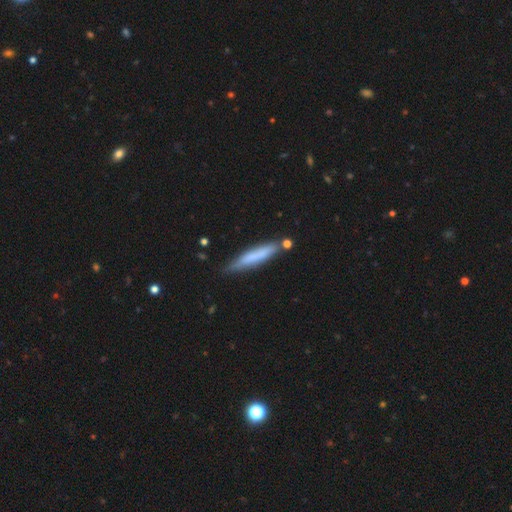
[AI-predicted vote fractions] This is likely a smooth galaxy (68%). How rounded: clearly cigar-shaped (89%). Merging: likely none (72%).